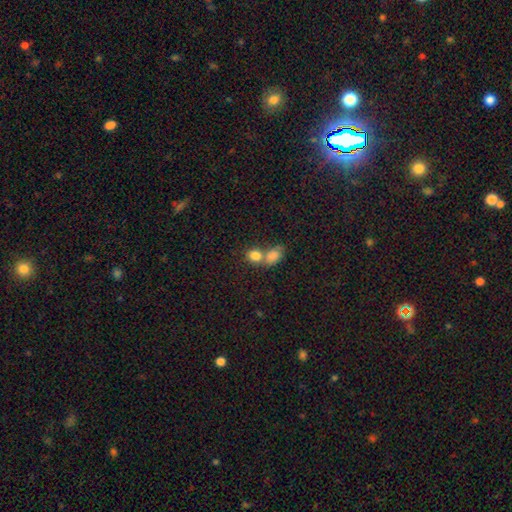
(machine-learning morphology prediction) Smooth or featured? Predicted: smooth (p=0.82). How rounded? Predicted: in between (p=0.52). Merging? Predicted: merger (p=0.55).